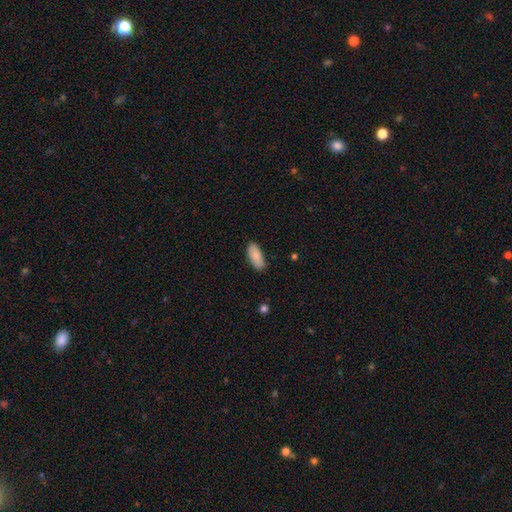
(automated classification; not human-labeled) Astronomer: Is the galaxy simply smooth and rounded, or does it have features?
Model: smooth — 89%.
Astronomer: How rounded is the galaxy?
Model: in between — 84%.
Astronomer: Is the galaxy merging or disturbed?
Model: none — 85%.